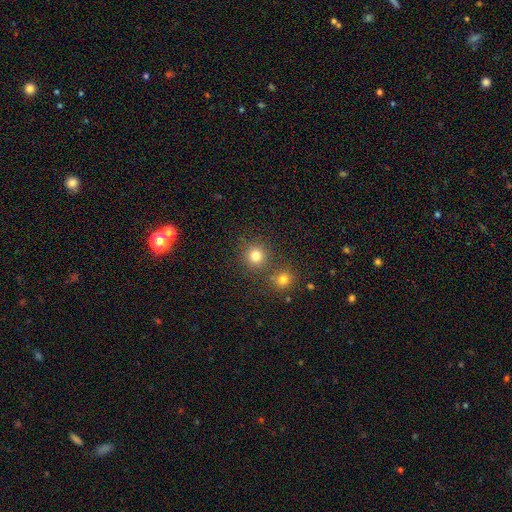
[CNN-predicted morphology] type=smooth (79%); roundness=round (92%); merging=none (76%).